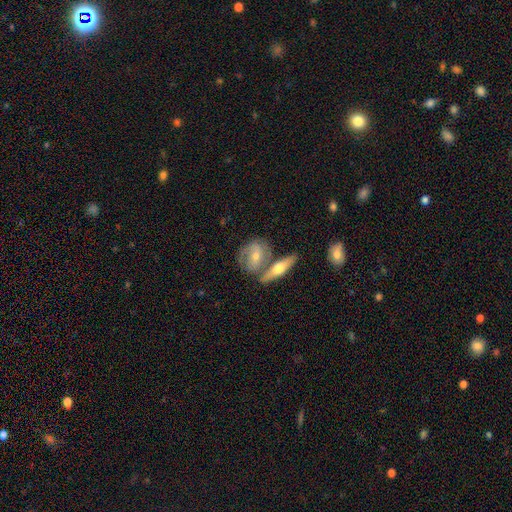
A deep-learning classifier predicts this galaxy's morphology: This appears to be a featured or disk galaxy (64%). Merging: none (51%).